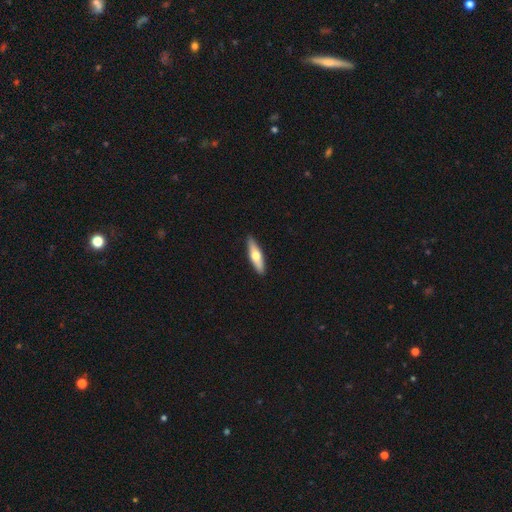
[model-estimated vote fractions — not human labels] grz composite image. It shows a smooth galaxy with no disk features (52%) that is cigar-shaped (67%). Merging: none (91%).